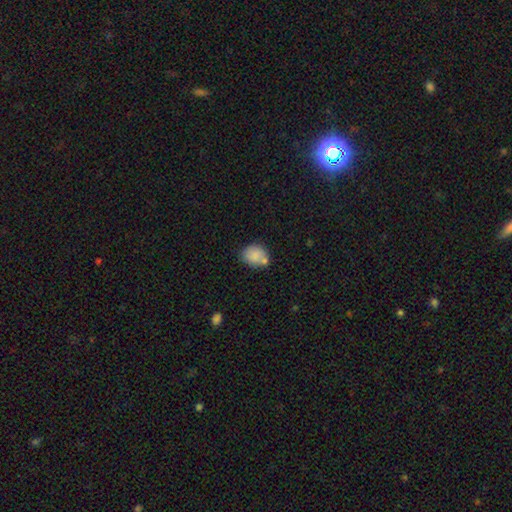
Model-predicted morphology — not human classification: A smooth galaxy with no disk features (83%) that is round (53%).

Vote fractions:
- Smooth or featured? smooth: 83% / featured or disk: 9% / star or artifact: 8%
- How rounded? round: 53% / in between: 46% / cigar-shaped: 1%
- Merging? none: 57% / merger: 20% / minor disturbance: 18% / major disturbance: 5%